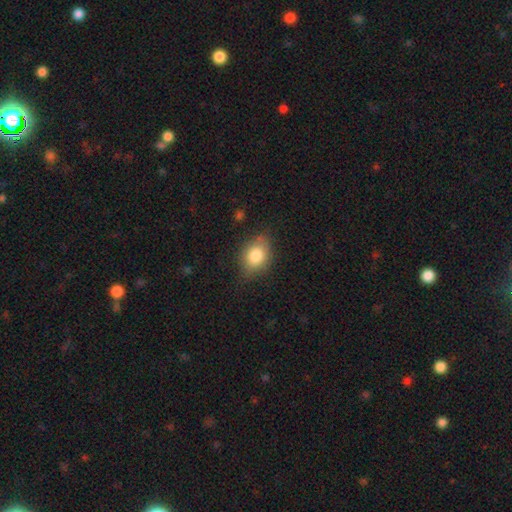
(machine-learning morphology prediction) smooth-or-featured: smooth: 82% | featured or disk: 10% | star or artifact: 8%
  how-rounded: in between: 72% | round: 27% | cigar-shaped: 2%
  merging: none: 72% | minor disturbance: 22% | major disturbance: 5% | merger: 2%